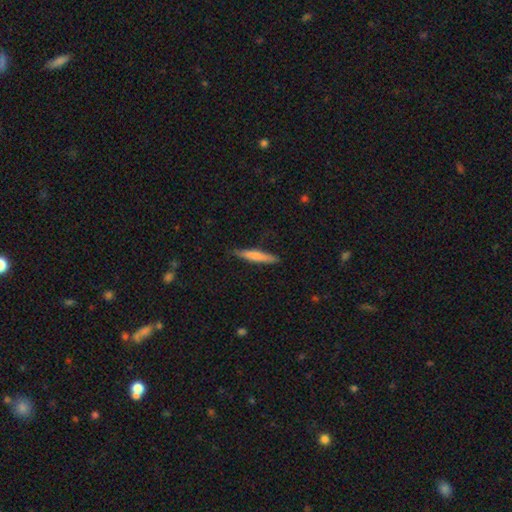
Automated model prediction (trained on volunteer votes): Q: Smooth or featured?
A: smooth (71%); runner-up: featured or disk (24%)
Q: How rounded?
A: cigar-shaped (92%); runner-up: in between (7%)
Q: Merging?
A: none (85%); runner-up: minor disturbance (11%)